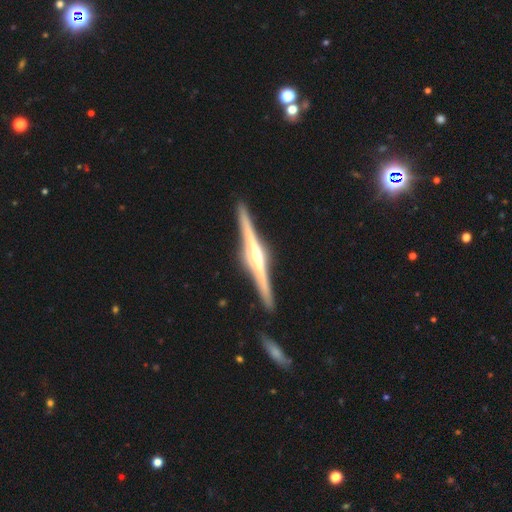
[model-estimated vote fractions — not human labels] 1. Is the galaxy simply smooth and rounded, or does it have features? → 86% featured or disk, 10% smooth, 5% star or artifact.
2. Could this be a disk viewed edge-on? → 98% yes, 2% no.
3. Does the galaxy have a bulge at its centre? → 87% rounded, 8% boxy, 5% none.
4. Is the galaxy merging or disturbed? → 91% none, 6% minor disturbance, 1% major disturbance, 1% merger.